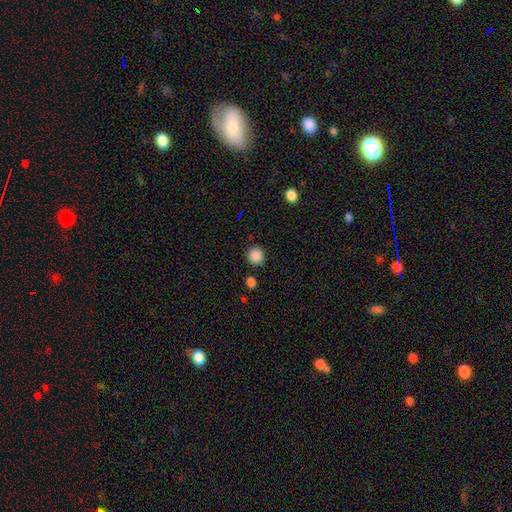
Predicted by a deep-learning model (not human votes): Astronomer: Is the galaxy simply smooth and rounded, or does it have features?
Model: smooth — 87%.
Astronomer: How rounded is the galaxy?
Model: round — 90%.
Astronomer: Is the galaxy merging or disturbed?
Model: none — 87%.